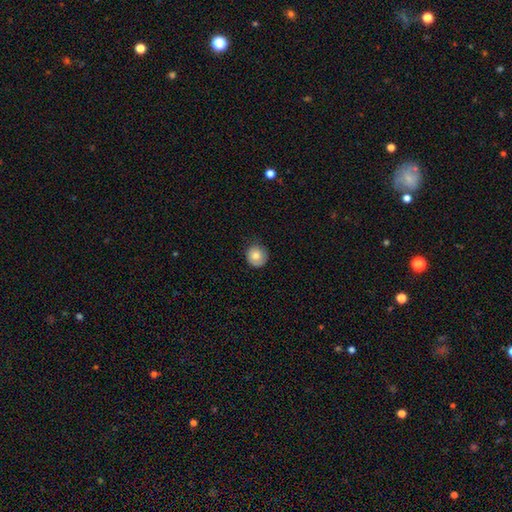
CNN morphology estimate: type=smooth (78%); roundness=round (89%); merging=none (77%).